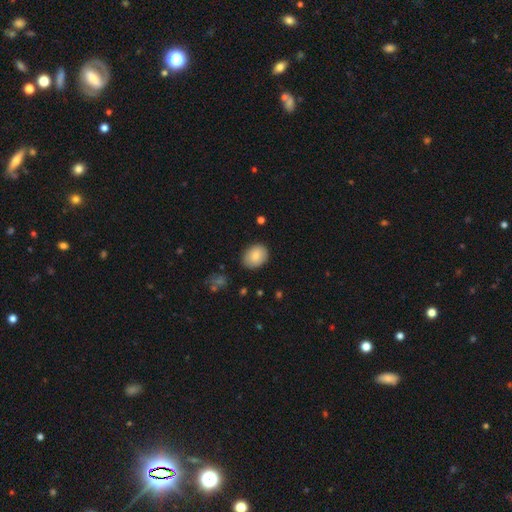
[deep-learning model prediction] Smooth or featured: smooth — 84% (featured or disk — 8%)
How rounded: in between — 62% (round — 37%)
Merging: none — 83% (minor disturbance — 13%)